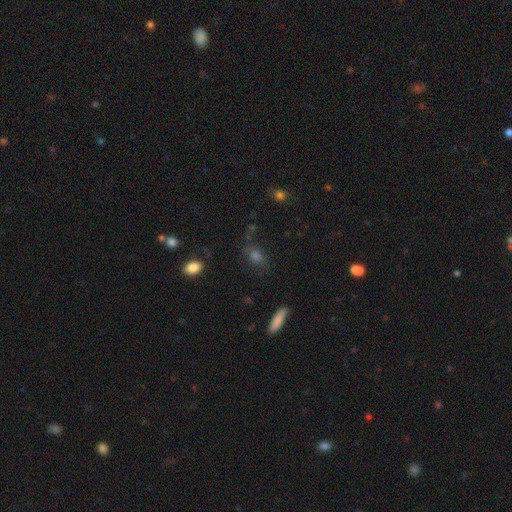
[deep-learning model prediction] The model was most divided on "how rounded": in between: 67%, round: 27%, cigar-shaped: 6%. More confident: merging — none (71%); smooth or featured — smooth (65%).